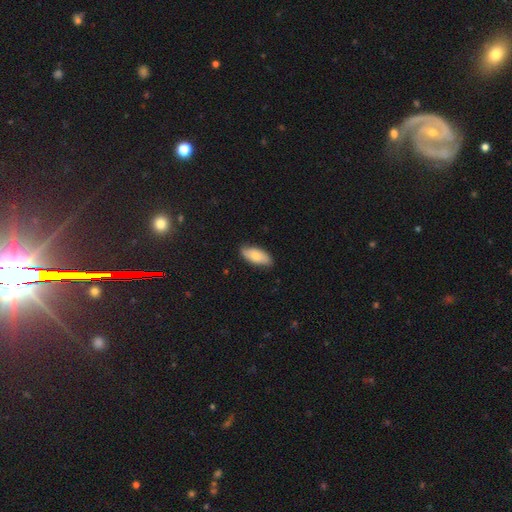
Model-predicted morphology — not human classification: A smooth galaxy with no disk features (73%) that is in between round and cigar-shaped (88%). Merging: none (84%).